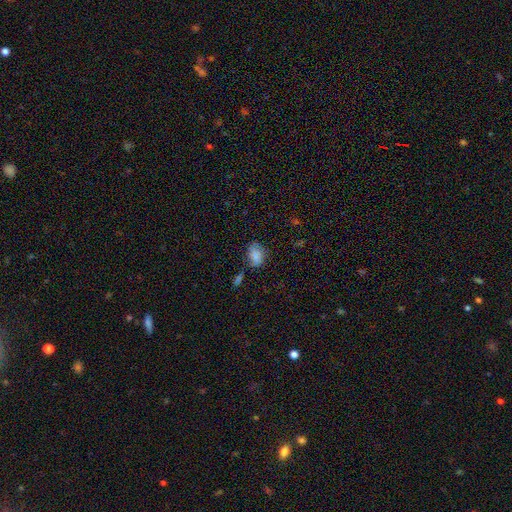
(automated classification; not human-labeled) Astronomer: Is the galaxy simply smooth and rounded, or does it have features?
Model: smooth — 80%.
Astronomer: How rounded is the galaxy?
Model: in between — 78%.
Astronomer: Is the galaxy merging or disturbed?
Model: none — 57%.